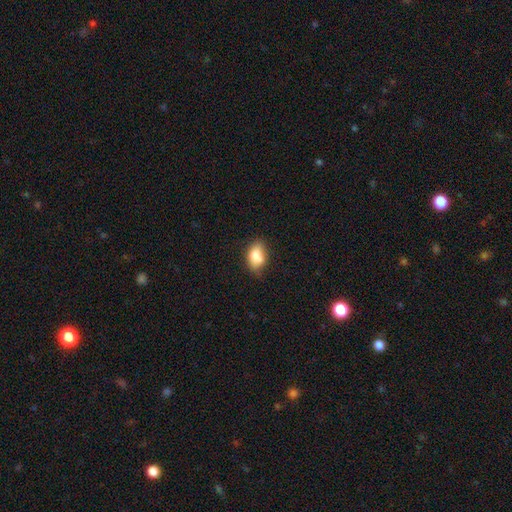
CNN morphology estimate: smooth 82%, featured or disk 10%, star or artifact 8%. Down the decision tree: how rounded — in between (84%); merging — none (66%).